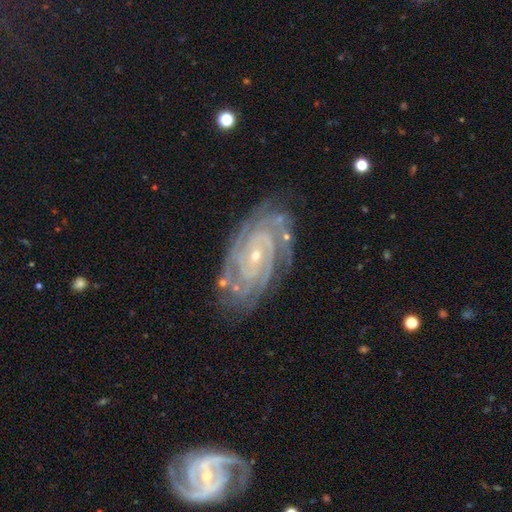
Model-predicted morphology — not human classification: Smooth or featured? Predicted: featured or disk (p=0.91). Edge-on disk? Predicted: no (p=0.96). Bar? Predicted: no (p=0.67). Spiral arms? Predicted: yes (p=0.98). Spiral winding? Predicted: tight (p=0.81). Spiral arm count? Predicted: 2 (p=0.28). Bulge size? Predicted: small (p=0.80). Merging? Predicted: none (p=0.74).